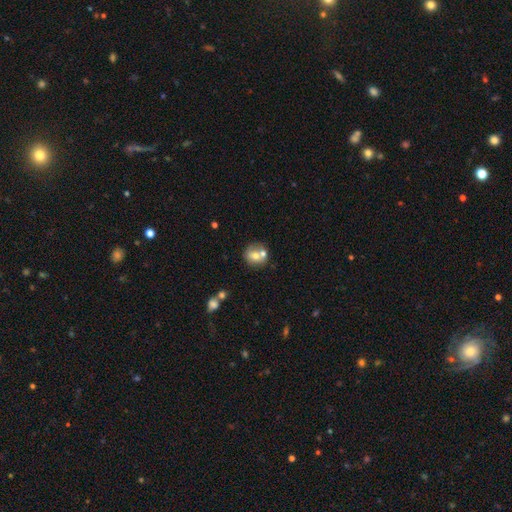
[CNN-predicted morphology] Smooth or featured? smooth (63%)
How rounded? round (78%)
Merging? none (48%)